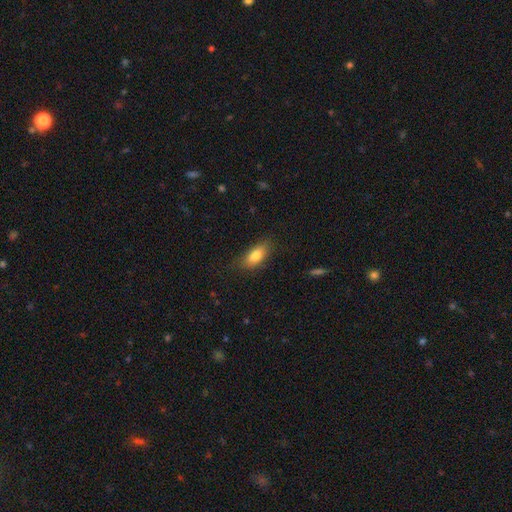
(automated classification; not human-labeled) A smooth galaxy with no disk features (79%) that is in between round and cigar-shaped (83%). Merging: none (76%).